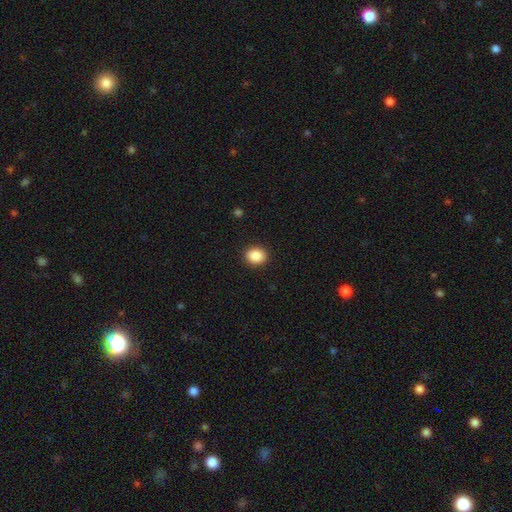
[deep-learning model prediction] Smooth or featured? Predicted: smooth (p=0.88). How rounded? Predicted: round (p=0.65). Merging? Predicted: none (p=0.91).